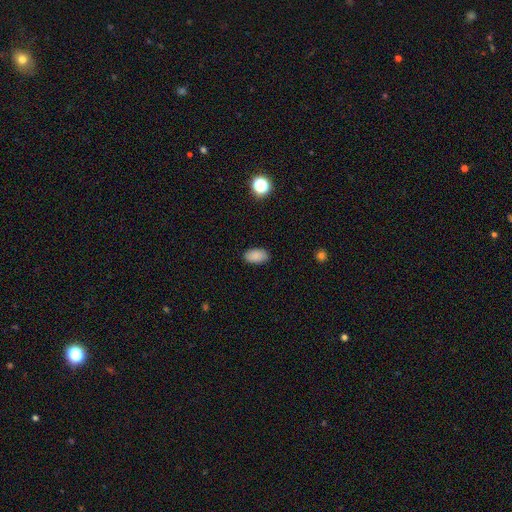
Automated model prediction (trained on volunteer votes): A smooth galaxy with no disk features (88%) that is in between round and cigar-shaped (93%). Merging: none (87%).